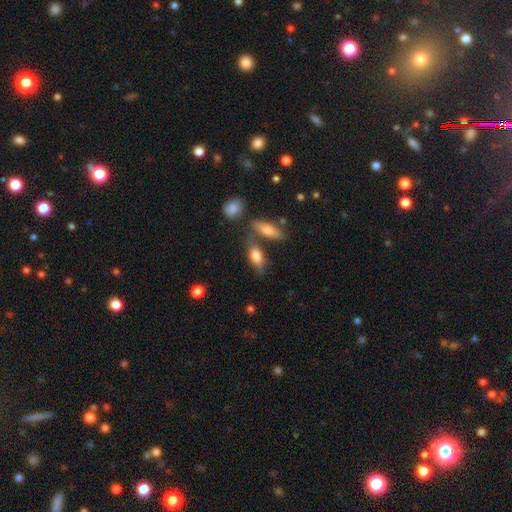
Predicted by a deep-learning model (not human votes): The model was most divided on "merging": none: 55%, merger: 24%, minor disturbance: 15%, major disturbance: 6%. More confident: how rounded — in between (75%); smooth or featured — smooth (73%).